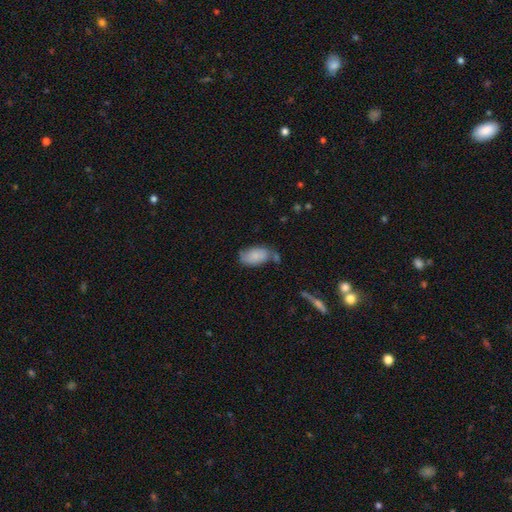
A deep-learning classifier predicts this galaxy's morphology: Smooth or featured: smooth — 78% (featured or disk — 15%)
How rounded: in between — 94% (round — 4%)
Merging: none — 55% (minor disturbance — 26%)